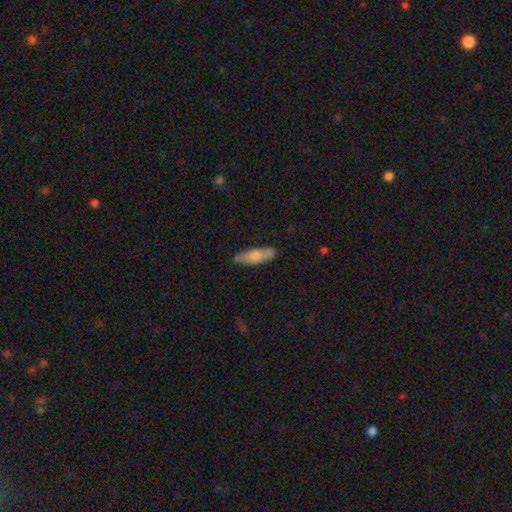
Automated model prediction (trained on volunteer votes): smooth_or_featured: smooth (p=0.68) [alt: featured or disk p=0.26]
how_rounded: in between (p=0.52) [alt: cigar-shaped p=0.46]
merging: none (p=0.76) [alt: minor disturbance p=0.18]